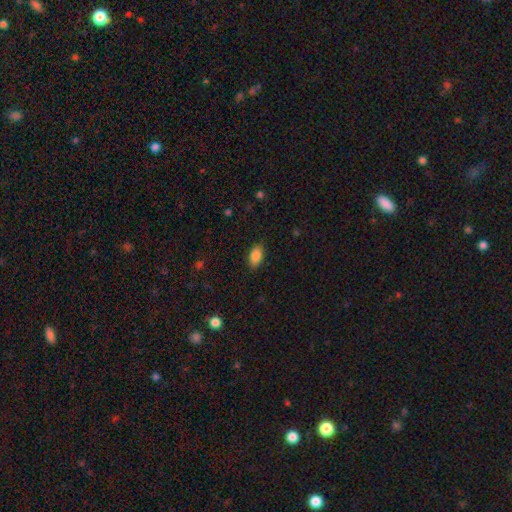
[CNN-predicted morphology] smooth_or_featured: smooth (p=0.85) [alt: star or artifact p=0.08]
how_rounded: in between (p=0.92) [alt: round p=0.05]
merging: none (p=0.86) [alt: minor disturbance p=0.11]